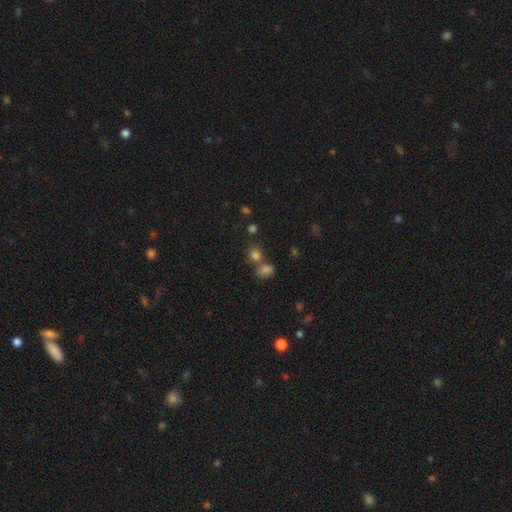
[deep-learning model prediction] This is likely a smooth galaxy (71%). How rounded: likely round (73%). Merging: possibly none (57%).